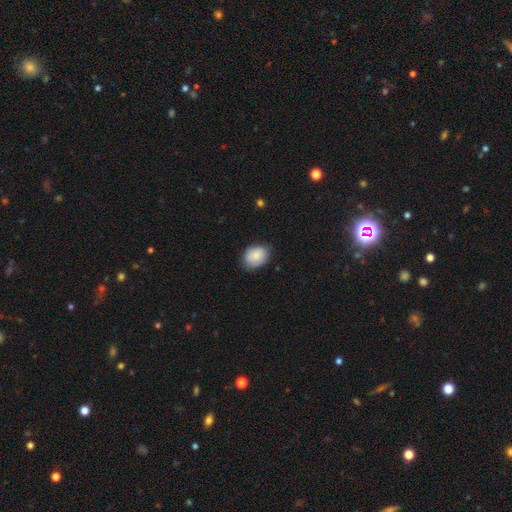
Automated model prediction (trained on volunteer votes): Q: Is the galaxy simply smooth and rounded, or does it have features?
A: smooth — 84%.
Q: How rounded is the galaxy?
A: in between — 65%.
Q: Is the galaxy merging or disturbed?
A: none — 72%.